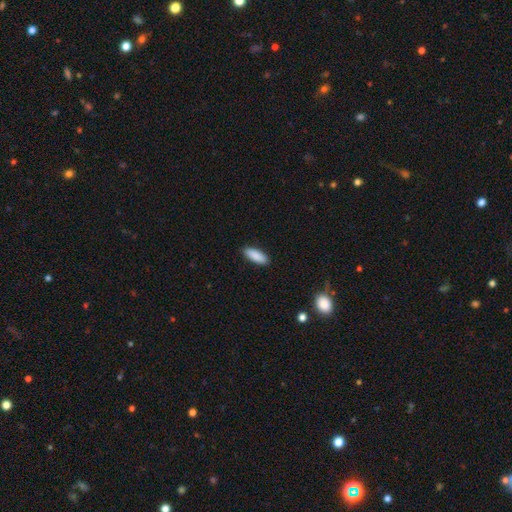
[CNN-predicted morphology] Smooth or featured?
  - smooth: 89% *
  - star or artifact: 6%
  - featured or disk: 5%
How rounded?
  - in between: 65% *
  - cigar-shaped: 33%
  - round: 2%
Merging?
  - none: 89% *
  - minor disturbance: 8%
  - major disturbance: 2%
  - merger: 1%